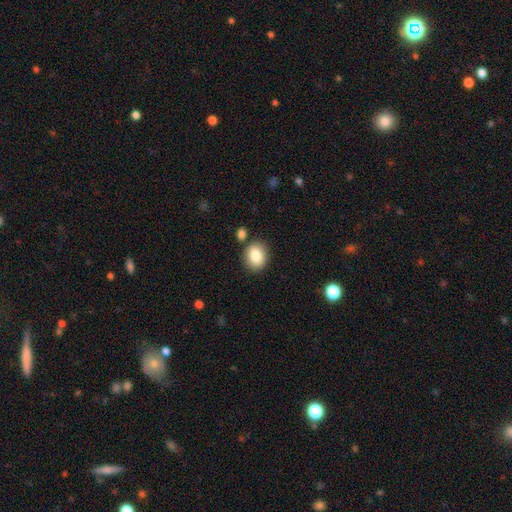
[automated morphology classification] smooth-or-featured: smooth: 83% | featured or disk: 9% | star or artifact: 8%
  how-rounded: round: 53% | in between: 46% | cigar-shaped: 1%
  merging: none: 82% | minor disturbance: 9% | merger: 7% | major disturbance: 2%